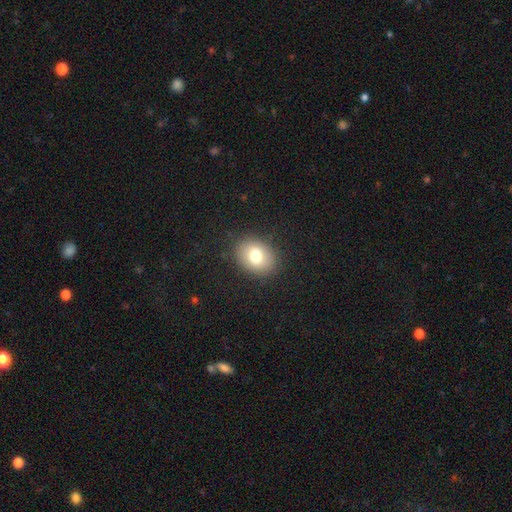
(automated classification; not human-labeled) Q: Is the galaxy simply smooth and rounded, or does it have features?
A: smooth — 76%.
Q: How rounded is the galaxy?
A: in between — 58%.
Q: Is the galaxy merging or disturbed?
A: none — 87%.